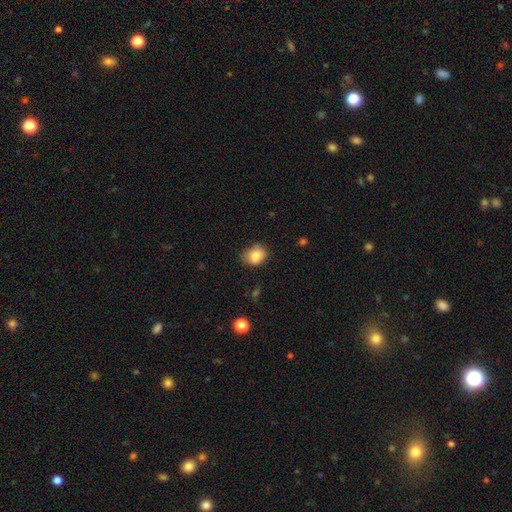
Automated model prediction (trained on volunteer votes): A smooth galaxy with no disk features (83%) that is in between round and cigar-shaped (54%).

Vote fractions:
- Smooth or featured? smooth: 83% / star or artifact: 9% / featured or disk: 9%
- How rounded? in between: 54% / round: 45% / cigar-shaped: 1%
- Merging? none: 65% / minor disturbance: 27% / major disturbance: 6% / merger: 3%